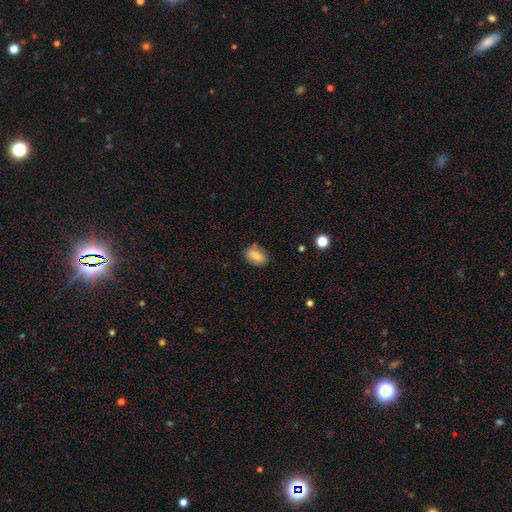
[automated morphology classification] This appears to be a smooth galaxy with no disk features (77%) that is in between round and cigar-shaped (73%). Merging: none (72%).